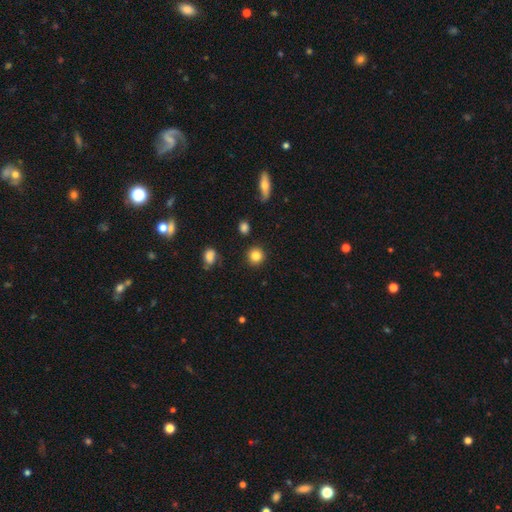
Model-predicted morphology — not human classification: smooth 85%, star or artifact 10%, featured or disk 5%. Down the decision tree: how rounded — round (92%); merging — none (90%).